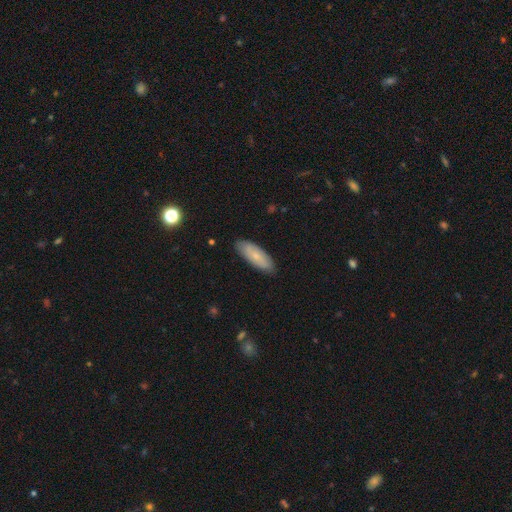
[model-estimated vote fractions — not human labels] Morphology: type=smooth (70%); roundness=in between (67%); merging=none (86%).